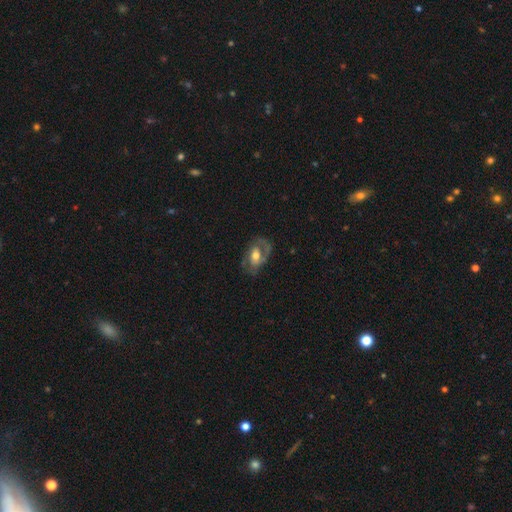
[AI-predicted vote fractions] A featured or disk galaxy (65%) with no bar (60%), spiral arms (68%) and a moderate central bulge (65%).

Vote fractions:
- Smooth or featured? featured or disk: 65% / smooth: 29% / star or artifact: 6%
- Edge-on disk? no: 95% / yes: 5%
- Bar? no: 60% / weak: 30% / strong: 10%
- Spiral arms? yes: 68% / no: 32%
- Bulge size? moderate: 65% / large: 19% / small: 13% / none: 2% / dominant: 1%
- Merging? none: 56% / minor disturbance: 23% / major disturbance: 19% / merger: 2%